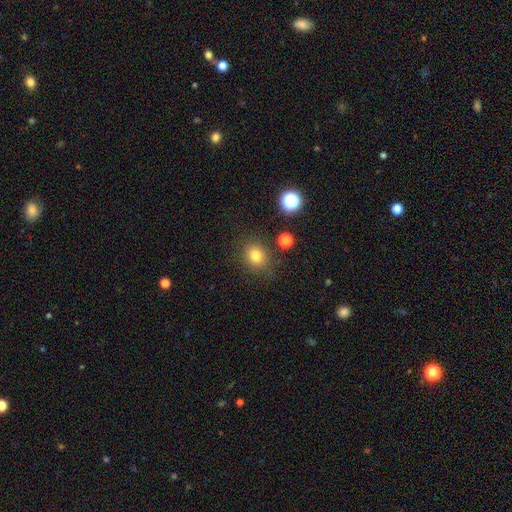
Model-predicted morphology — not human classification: This appears to be a smooth galaxy with no disk features (78%) that is round (73%). Merging: none (83%).